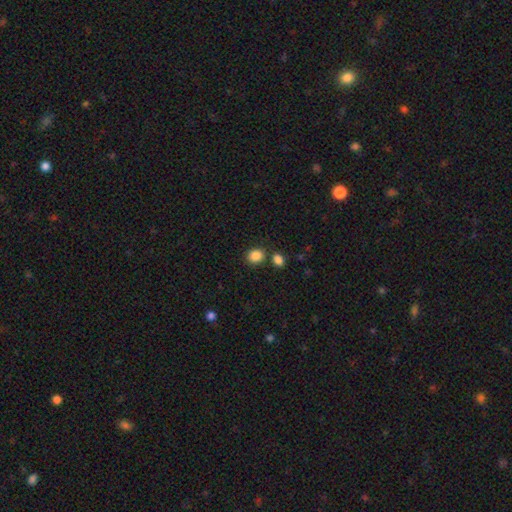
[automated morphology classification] Overall: smooth (87%). How rounded: round (66%; in between 33%). Merging: none (74%).